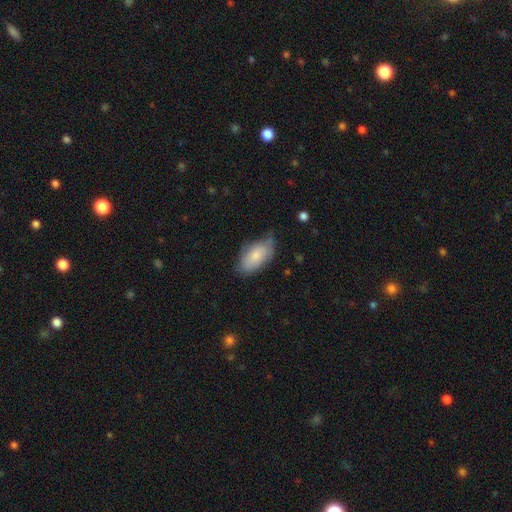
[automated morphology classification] Smooth or featured: smooth — 77% (featured or disk — 17%)
How rounded: in between — 93% (round — 4%)
Merging: none — 55% (minor disturbance — 36%)